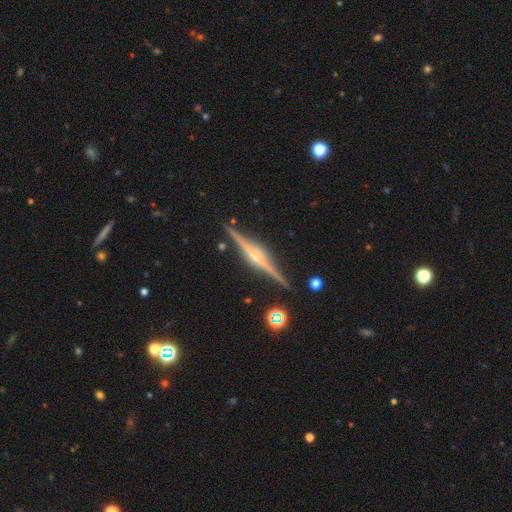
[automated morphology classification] Overall: featured or disk (88%). Edge-on disk: yes (98%). Edge-on bulge: rounded (81%). Merging: none (90%).